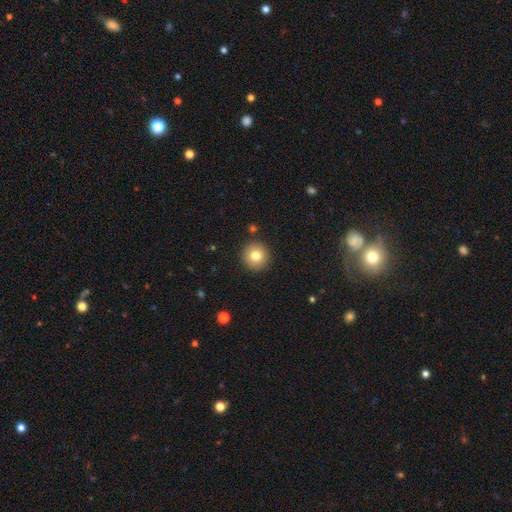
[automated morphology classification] A smooth galaxy with no disk features (79%) that is round (95%). Merging: none (91%).